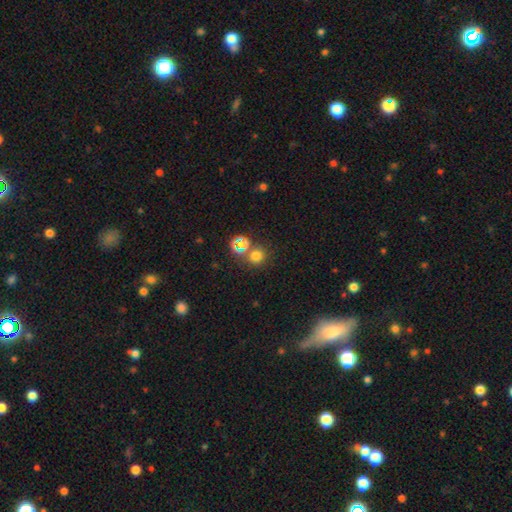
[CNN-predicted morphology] A smooth galaxy with no disk features (69%) that is round (89%).

Vote fractions:
- Smooth or featured? smooth: 69% / star or artifact: 25% / featured or disk: 6%
- How rounded? round: 89% / in between: 10% / cigar-shaped: 1%
- Merging? none: 71% / merger: 17% / minor disturbance: 8% / major disturbance: 4%